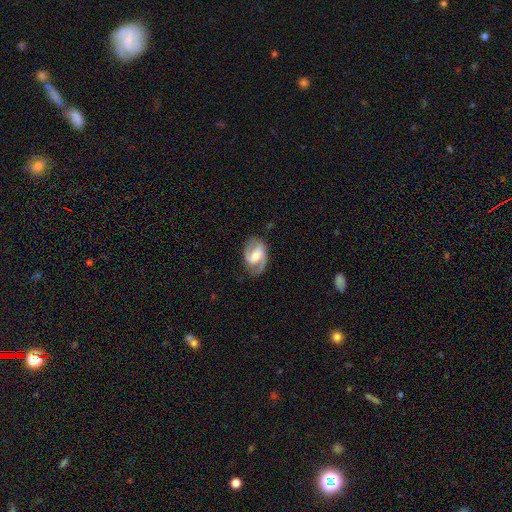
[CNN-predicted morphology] This appears to be a featured or disk galaxy (80%) with a weak bar (48%), 2 (85%) medium (52%) spiral arms (93%) and a moderate central bulge (56%). Merging: none (75%).